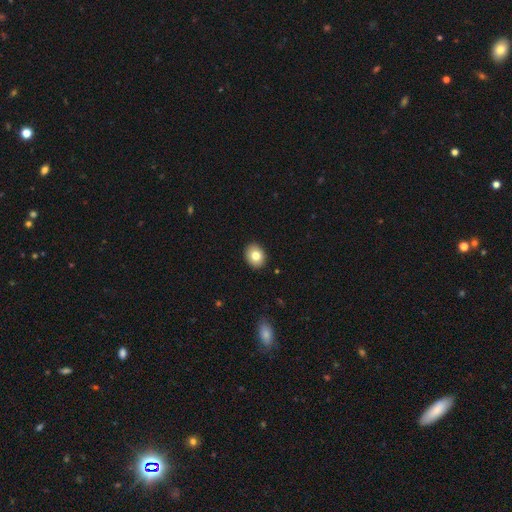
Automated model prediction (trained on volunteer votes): Smooth or featured? smooth (80%)
How rounded? round (50%)
Merging? none (91%)